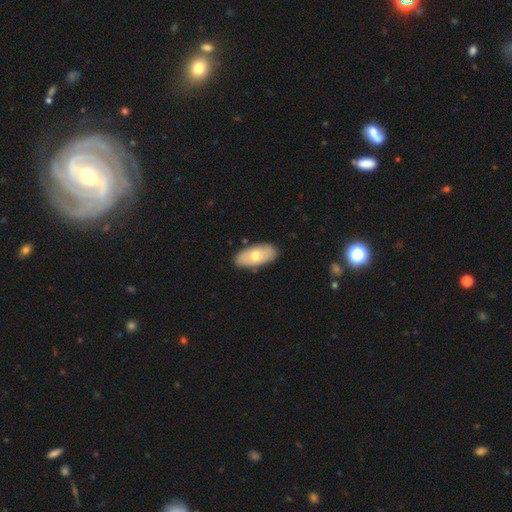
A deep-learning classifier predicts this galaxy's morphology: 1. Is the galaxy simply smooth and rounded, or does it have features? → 62% smooth, 33% featured or disk, 5% star or artifact.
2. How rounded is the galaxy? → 93% in between, 4% cigar-shaped, 3% round.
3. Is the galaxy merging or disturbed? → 86% none, 10% minor disturbance, 2% major disturbance, 2% merger.